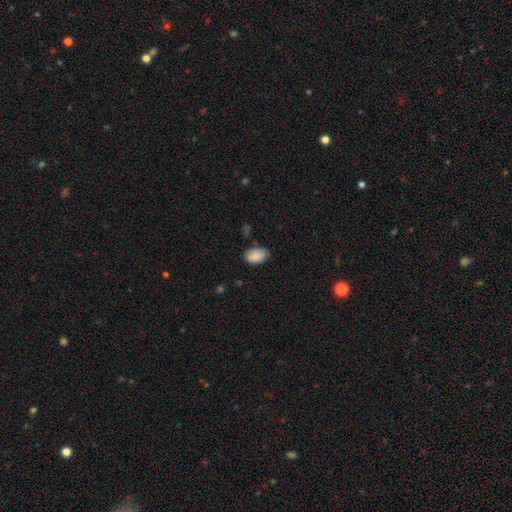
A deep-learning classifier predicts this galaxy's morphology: Smooth or featured? smooth (88%)
How rounded? in between (91%)
Merging? none (76%)